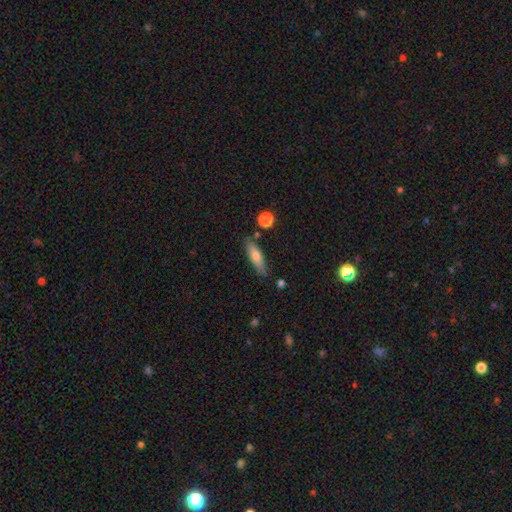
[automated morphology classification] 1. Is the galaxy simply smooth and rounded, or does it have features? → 68% smooth, 25% featured or disk, 7% star or artifact.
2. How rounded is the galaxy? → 61% cigar-shaped, 37% in between, 2% round.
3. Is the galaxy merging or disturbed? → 78% none, 14% minor disturbance, 4% merger, 3% major disturbance.